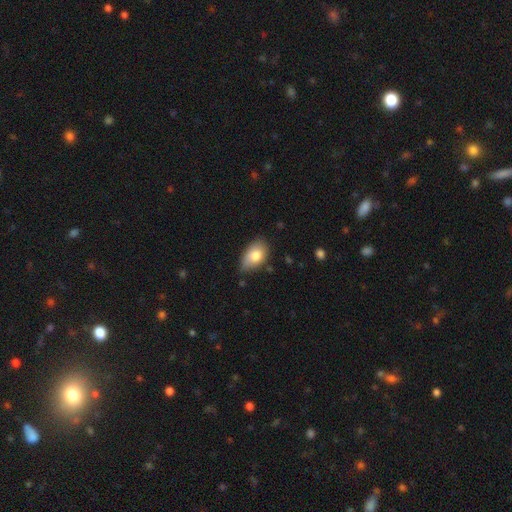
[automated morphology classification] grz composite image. It shows a smooth galaxy with no disk features (80%) that is in between round and cigar-shaped (90%). Merging: none (58%).